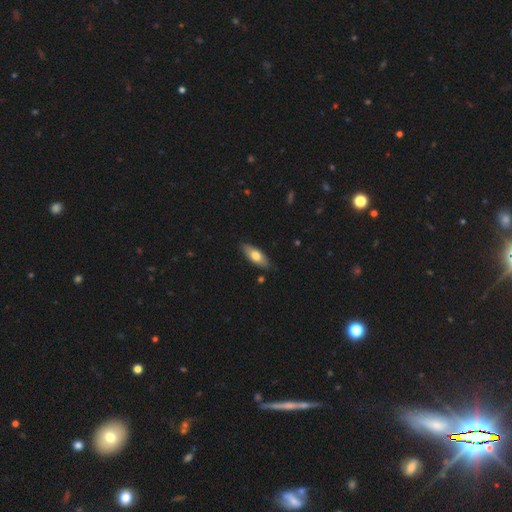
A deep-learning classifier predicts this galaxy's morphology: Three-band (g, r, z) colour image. It shows a smooth galaxy with no disk features (69%) that is in between round and cigar-shaped (74%). Merging: none (85%).